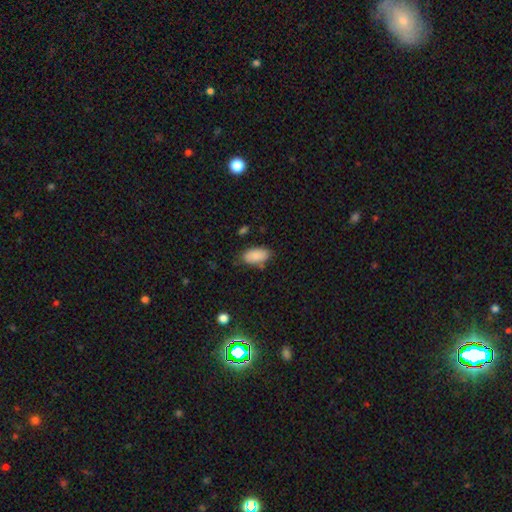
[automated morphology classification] smooth 88%, star or artifact 7%, featured or disk 5%. Down the decision tree: how rounded — in between (94%); merging — none (75%).